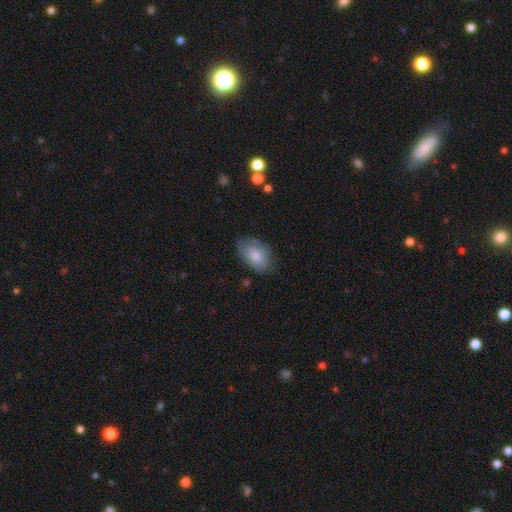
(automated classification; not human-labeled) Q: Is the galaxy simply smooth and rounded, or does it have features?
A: smooth — 77%.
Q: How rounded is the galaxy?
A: in between — 92%.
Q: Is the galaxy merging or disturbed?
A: none — 70%.